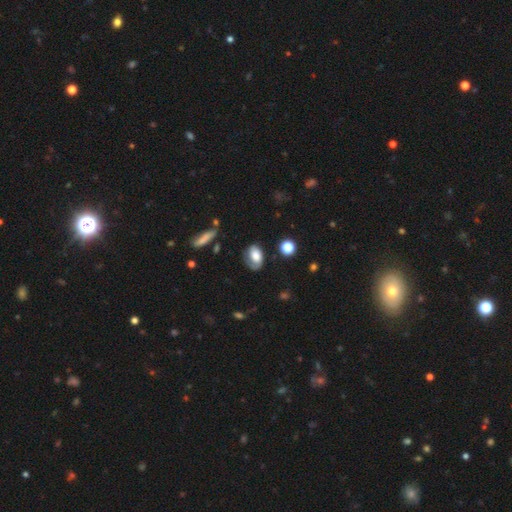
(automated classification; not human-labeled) A smooth galaxy with no disk features (63%) that is in between round and cigar-shaped (85%). Merging: none (53%).